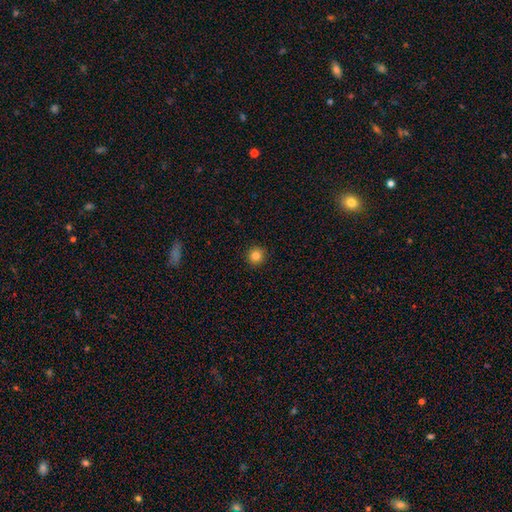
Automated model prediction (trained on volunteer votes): Morphology: type=smooth (83%); roundness=round (94%); merging=none (93%).